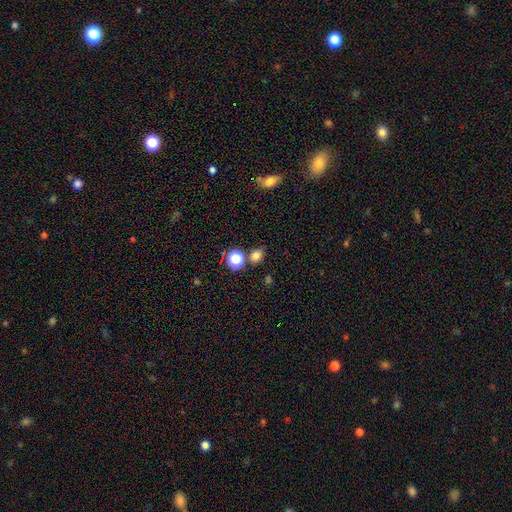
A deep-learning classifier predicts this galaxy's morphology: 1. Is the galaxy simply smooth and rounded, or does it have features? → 76% smooth, 18% star or artifact, 5% featured or disk.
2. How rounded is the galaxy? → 55% round, 44% in between, 1% cigar-shaped.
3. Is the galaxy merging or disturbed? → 75% none, 11% minor disturbance, 10% merger, 3% major disturbance.